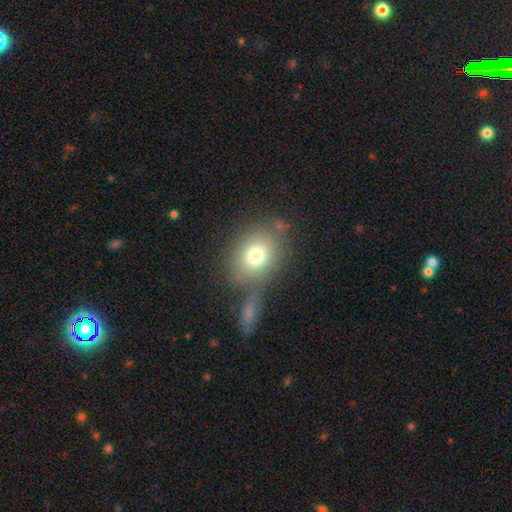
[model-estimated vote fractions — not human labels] The model was most divided on "how rounded": round: 50%, in between: 48%, cigar-shaped: 2%. More confident: smooth or featured — smooth (75%); merging — none (59%).